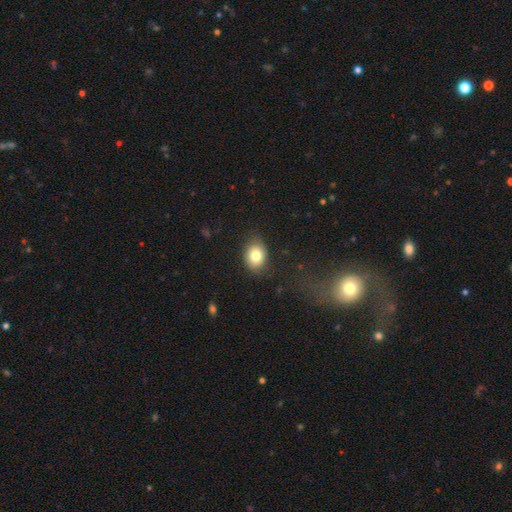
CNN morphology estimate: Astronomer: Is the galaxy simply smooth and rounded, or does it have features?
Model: smooth — 80%.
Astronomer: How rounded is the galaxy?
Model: in between — 57% (runner-up: round, 42%).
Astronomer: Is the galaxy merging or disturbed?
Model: none — 82%.